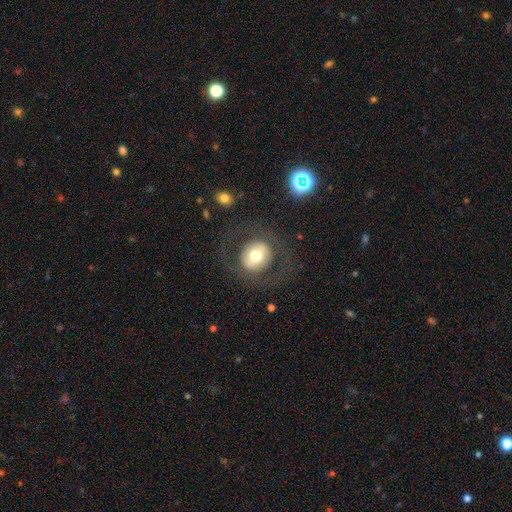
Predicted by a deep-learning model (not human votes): A smooth galaxy with no disk features (55%) that is round (88%).

Vote fractions:
- Smooth or featured? smooth: 55% / featured or disk: 36% / star or artifact: 9%
- How rounded? round: 88% / in between: 11% / cigar-shaped: 1%
- Merging? none: 79% / major disturbance: 11% / minor disturbance: 9% / merger: 1%